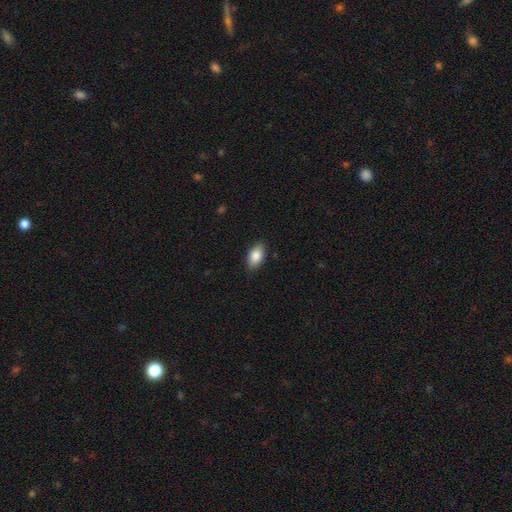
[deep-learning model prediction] Q: Smooth or featured?
A: smooth (86%); runner-up: star or artifact (7%)
Q: How rounded?
A: in between (92%); runner-up: round (5%)
Q: Merging?
A: none (86%); runner-up: minor disturbance (11%)